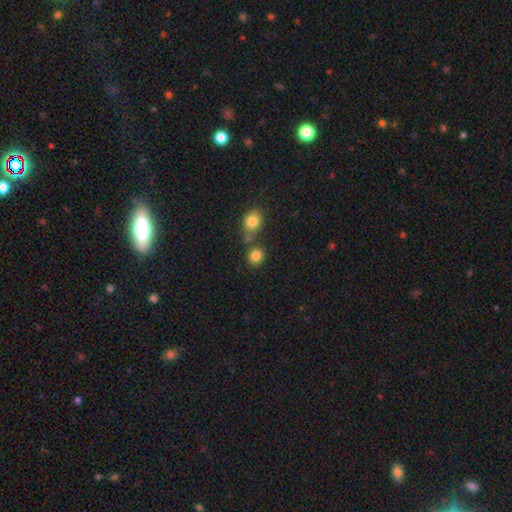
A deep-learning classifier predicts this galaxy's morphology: type=smooth (83%); roundness=round (75%); merging=none (65%).